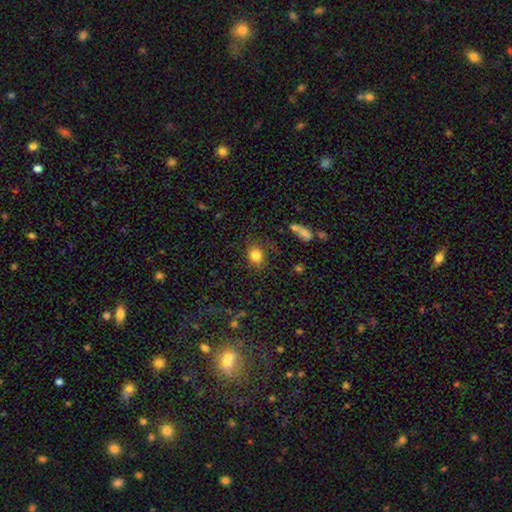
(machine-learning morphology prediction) Smooth or featured?
  - smooth: 83% *
  - star or artifact: 11%
  - featured or disk: 7%
How rounded?
  - round: 61% *
  - in between: 38%
  - cigar-shaped: 1%
Merging?
  - none: 79% *
  - minor disturbance: 14%
  - major disturbance: 5%
  - merger: 2%